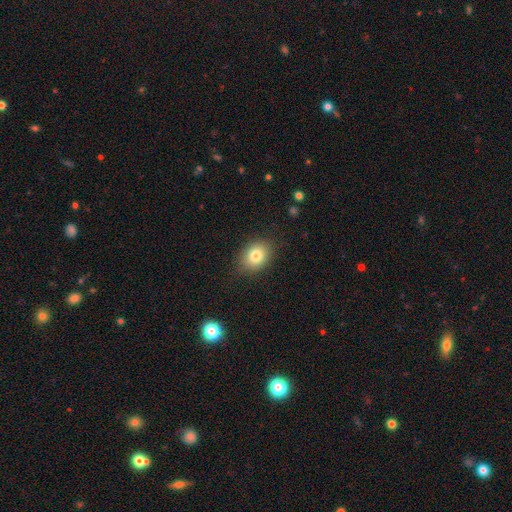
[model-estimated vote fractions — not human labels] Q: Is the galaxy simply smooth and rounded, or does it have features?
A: smooth — 80%.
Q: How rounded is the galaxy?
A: in between — 60%.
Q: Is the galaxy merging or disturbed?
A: none — 85%.